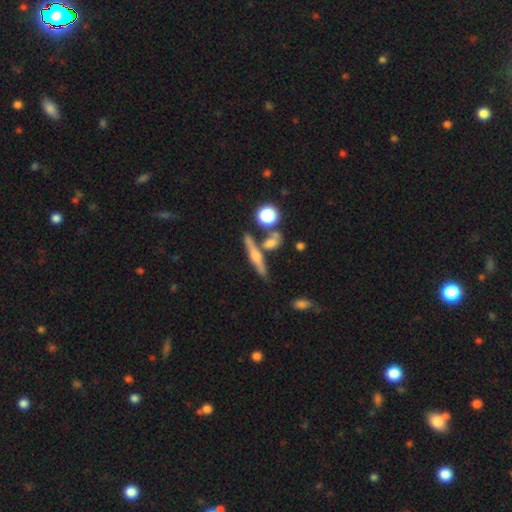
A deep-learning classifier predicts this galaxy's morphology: Q: Smooth or featured?
A: featured or disk (66%); runner-up: smooth (25%)
Q: Edge-on disk?
A: yes (95%); runner-up: no (5%)
Q: Edge-on bulge?
A: rounded (90%); runner-up: none (5%)
Q: Merging?
A: none (75%); runner-up: merger (12%)